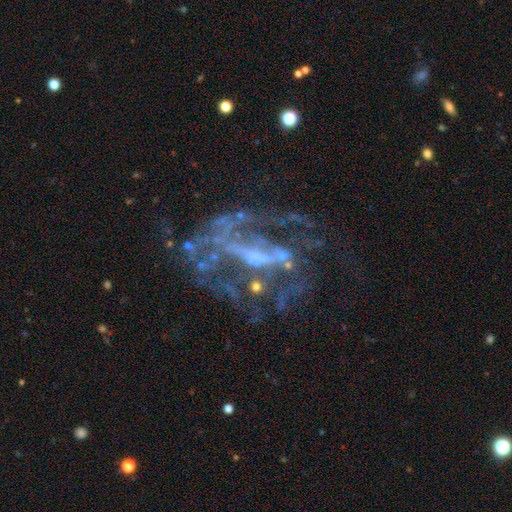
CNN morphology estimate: smooth-or-featured: featured or disk: 79% | star or artifact: 13% | smooth: 8%
  disk-edge-on: no: 95% | yes: 5%
    bar: no: 36% | weak: 35% | strong: 29%
    has-spiral-arms: yes: 56% | no: 44%
    bulge-size: none: 36% | small: 32% | moderate: 27% | large: 4% | dominant: 1%
  merging: none: 46% | major disturbance: 31% | minor disturbance: 17% | merger: 6%